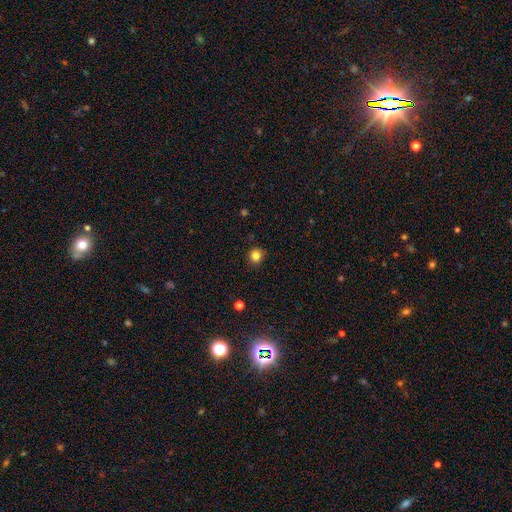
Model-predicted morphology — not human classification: A smooth galaxy with no disk features (83%) that is round (85%). Merging: none (88%).